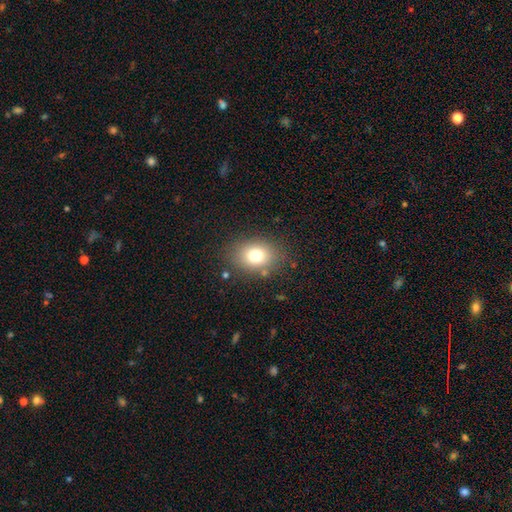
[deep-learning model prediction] Smooth or featured?
  - smooth: 75% *
  - star or artifact: 12%
  - featured or disk: 12%
How rounded?
  - in between: 60% *
  - round: 39%
  - cigar-shaped: 1%
Merging?
  - none: 82% *
  - minor disturbance: 11%
  - major disturbance: 5%
  - merger: 3%